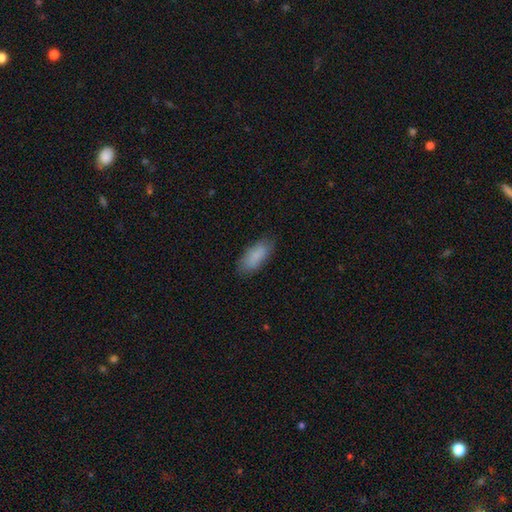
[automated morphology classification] Smooth or featured: smooth — 86% (featured or disk — 7%)
How rounded: in between — 81% (cigar-shaped — 17%)
Merging: none — 82% (minor disturbance — 14%)